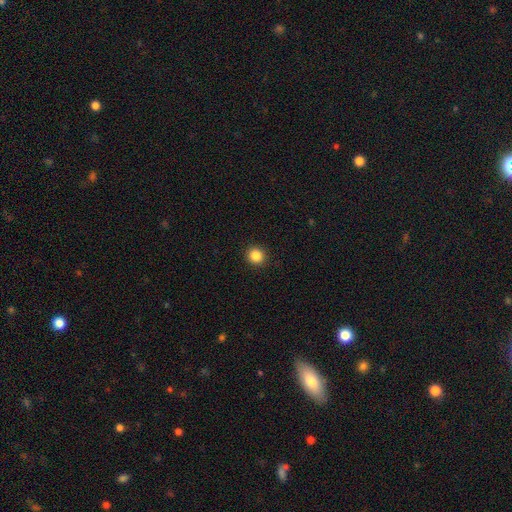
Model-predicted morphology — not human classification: This is clearly a smooth galaxy (86%). How rounded: clearly round (92%). Merging: clearly none (93%).